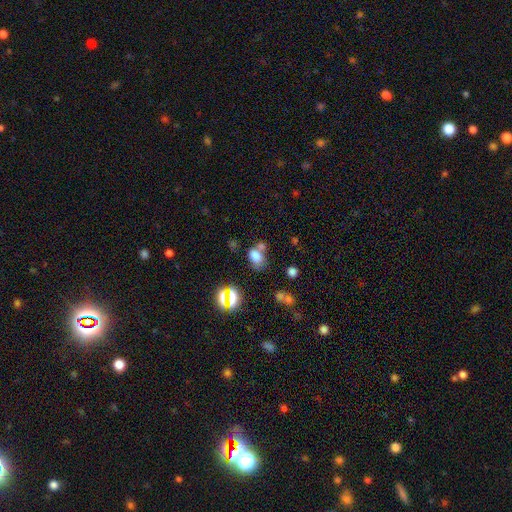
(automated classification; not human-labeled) Smooth or featured? smooth (70%)
How rounded? in between (76%)
Merging? none (43%)